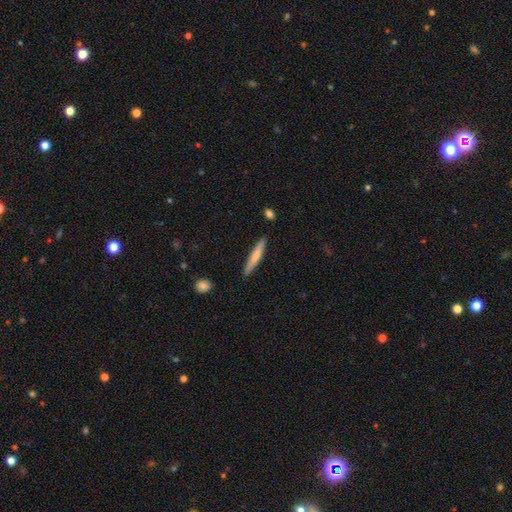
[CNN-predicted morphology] smooth_or_featured: smooth (p=0.65) [alt: featured or disk p=0.29]
how_rounded: cigar-shaped (p=0.94) [alt: in between p=0.05]
merging: none (p=0.88) [alt: minor disturbance p=0.08]